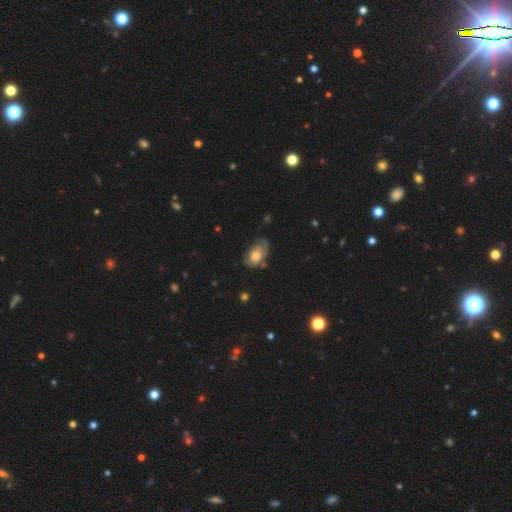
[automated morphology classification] Smooth or featured? smooth (56%)
How rounded? in between (88%)
Merging? none (47%)